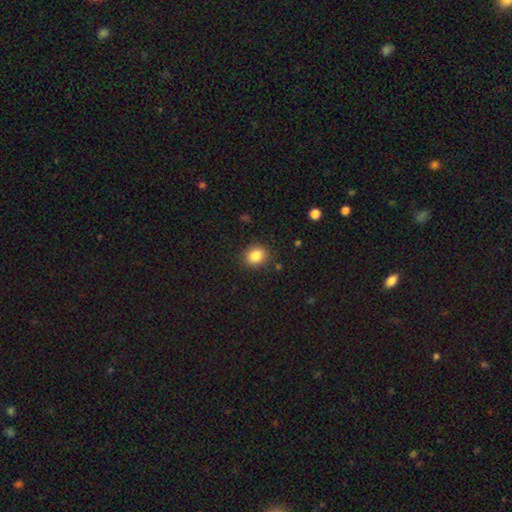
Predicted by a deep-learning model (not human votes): A smooth galaxy with no disk features (85%) that is round (54%). Merging: none (86%).